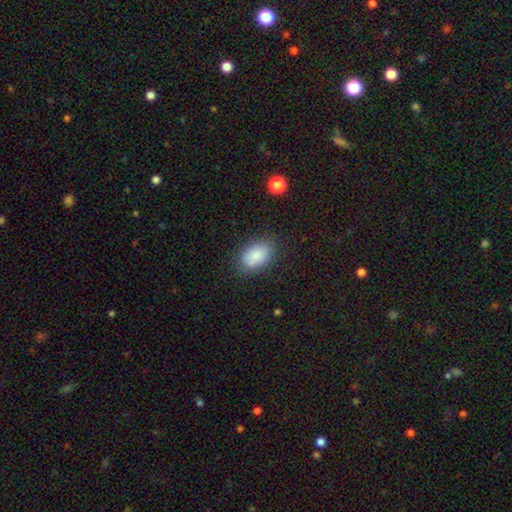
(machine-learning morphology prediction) smooth 84%, featured or disk 9%, star or artifact 8%. Down the decision tree: how rounded — in between (88%); merging — none (77%).